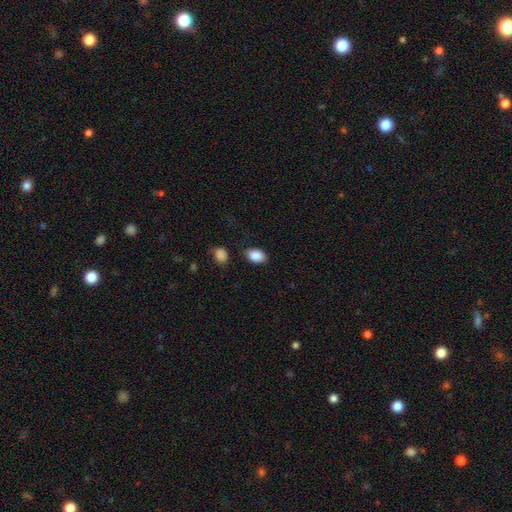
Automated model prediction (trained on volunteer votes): smooth-or-featured: smooth: 88% | star or artifact: 7% | featured or disk: 5%
  how-rounded: in between: 87% | round: 12% | cigar-shaped: 1%
  merging: none: 83% | minor disturbance: 11% | major disturbance: 3% | merger: 3%